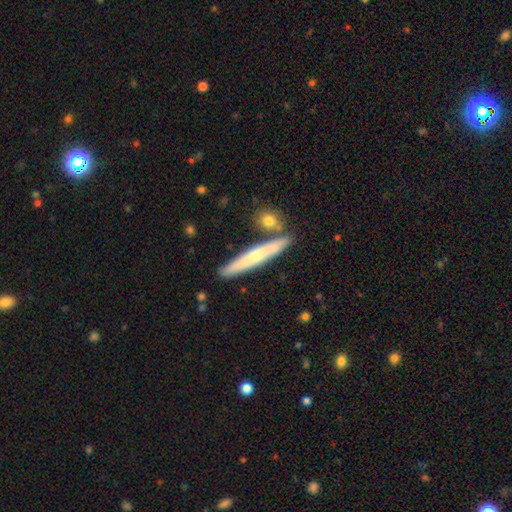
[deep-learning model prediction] smooth 56%, featured or disk 38%, star or artifact 6%. Down the decision tree: how rounded — cigar-shaped (93%); merging — none (80%).